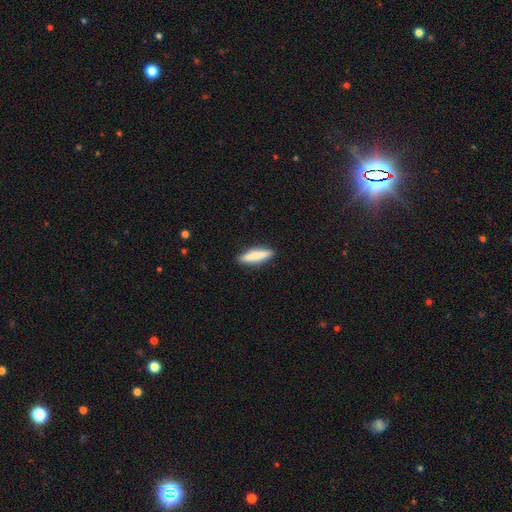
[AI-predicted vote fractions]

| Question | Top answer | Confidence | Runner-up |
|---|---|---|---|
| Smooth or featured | smooth | 79% | featured or disk (16%) |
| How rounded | cigar-shaped | 81% | in between (18%) |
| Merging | none | 90% | minor disturbance (7%) |